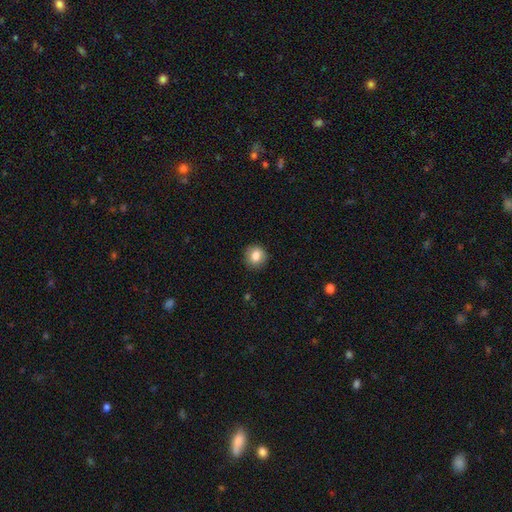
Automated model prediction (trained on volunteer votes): Smooth or featured? smooth (82%)
How rounded? round (84%)
Merging? none (87%)